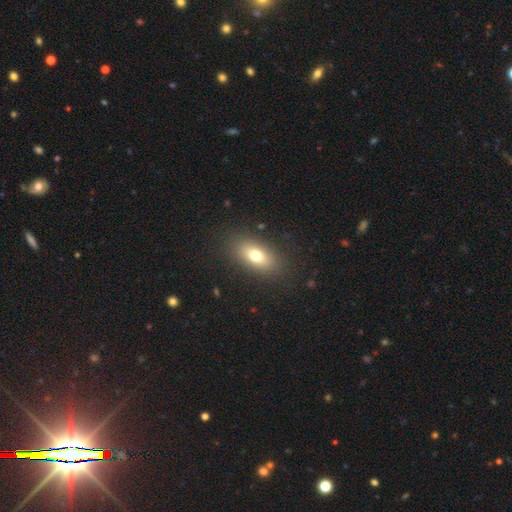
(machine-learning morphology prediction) smooth_or_featured: smooth (p=0.73) [alt: featured or disk p=0.17]
how_rounded: in between (p=0.85) [alt: round p=0.08]
merging: none (p=0.86) [alt: minor disturbance p=0.09]